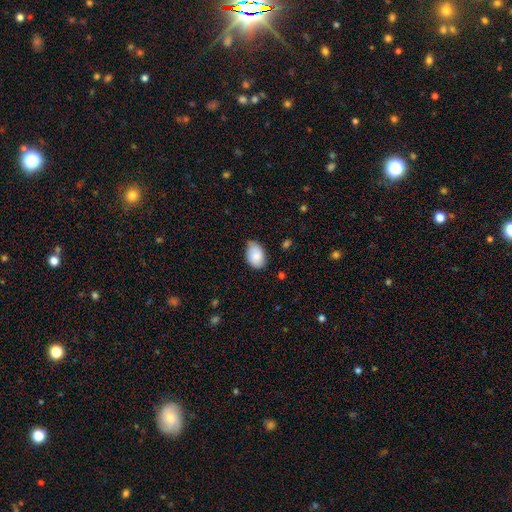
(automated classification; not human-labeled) Q: Smooth or featured?
A: smooth (85%); runner-up: featured or disk (9%)
Q: How rounded?
A: in between (90%); runner-up: round (9%)
Q: Merging?
A: none (67%); runner-up: minor disturbance (27%)